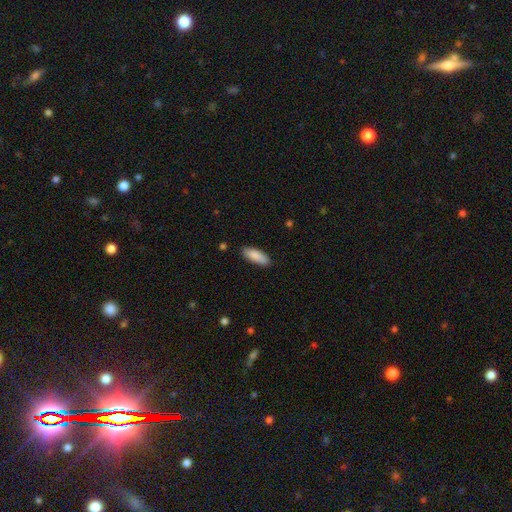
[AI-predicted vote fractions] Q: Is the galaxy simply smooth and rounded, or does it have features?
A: smooth — 88%.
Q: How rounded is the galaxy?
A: in between — 69%.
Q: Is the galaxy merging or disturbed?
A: none — 87%.